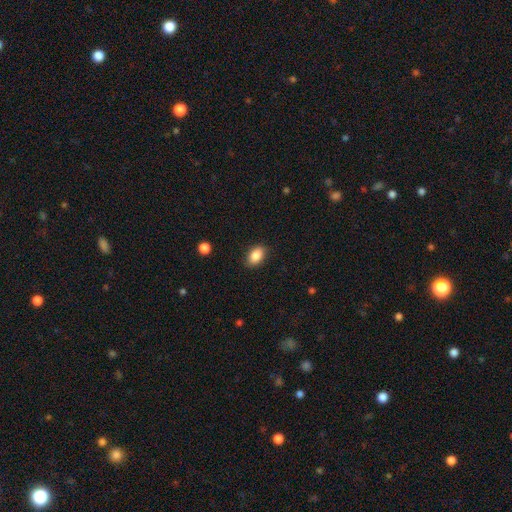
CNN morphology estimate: Overall: smooth (87%). How rounded: in between (88%). Merging: none (87%).